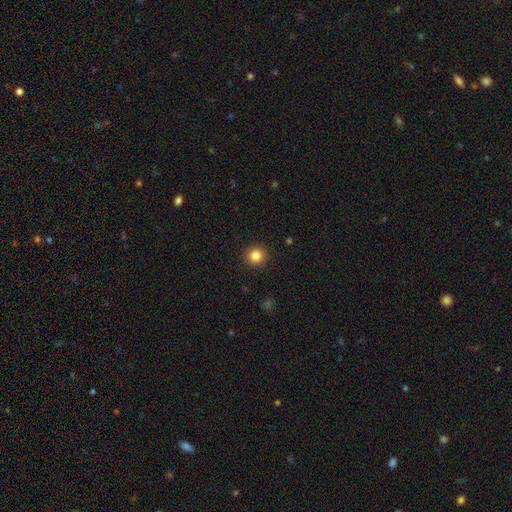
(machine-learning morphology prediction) smooth-or-featured: smooth: 84% | star or artifact: 11% | featured or disk: 5%
  how-rounded: round: 94% | in between: 5% | cigar-shaped: 1%
  merging: none: 93% | minor disturbance: 5% | major disturbance: 2% | merger: 1%